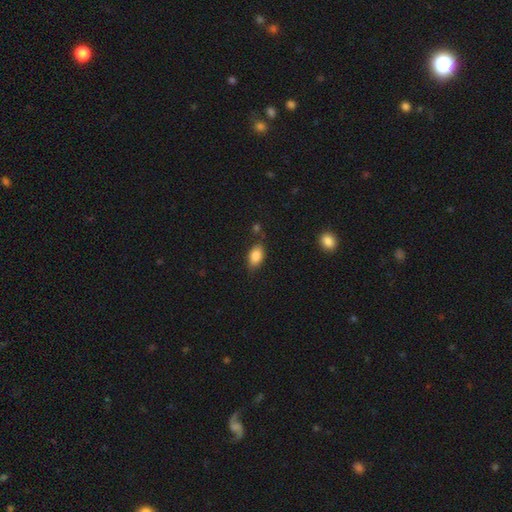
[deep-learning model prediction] A smooth galaxy with no disk features (85%) that is in between round and cigar-shaped (90%). Merging: none (75%).